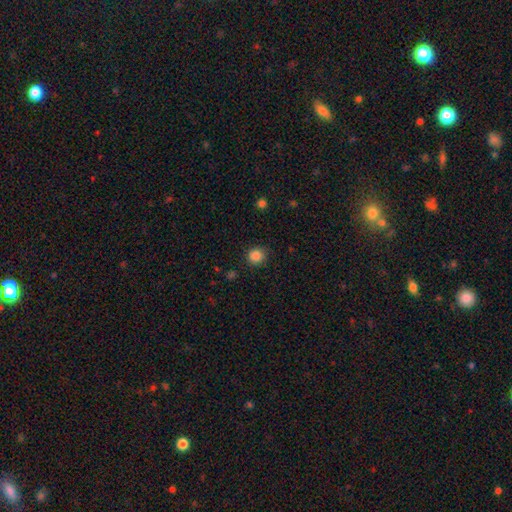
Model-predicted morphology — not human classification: smooth_or_featured: smooth (p=0.85) [alt: star or artifact p=0.11]
how_rounded: round (p=0.90) [alt: in between p=0.09]
merging: none (p=0.88) [alt: minor disturbance p=0.09]